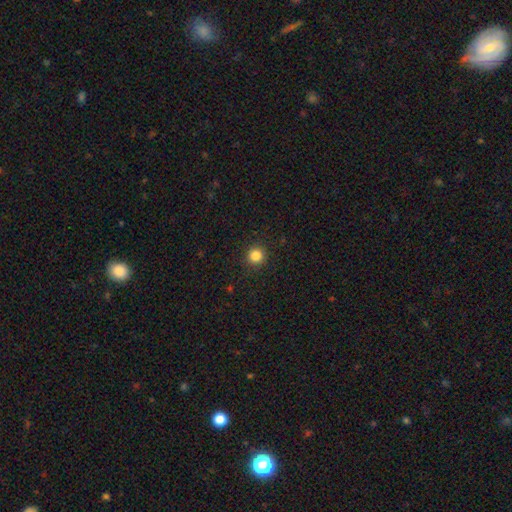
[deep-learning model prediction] Smooth or featured? smooth (84%)
How rounded? round (95%)
Merging? none (92%)